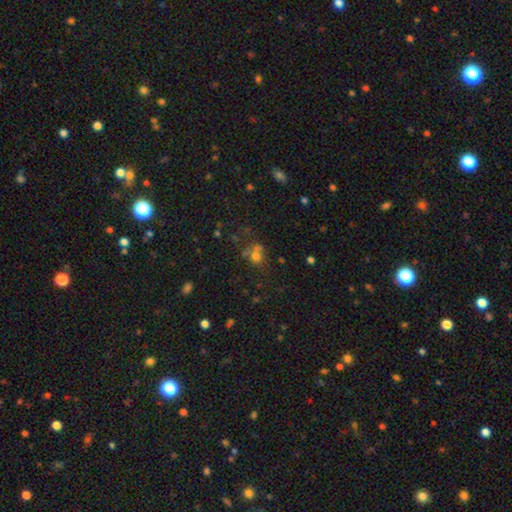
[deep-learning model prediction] The model was most divided on "merging": none: 45%, merger: 29%, minor disturbance: 15%, major disturbance: 11%. More confident: how rounded — round (69%); smooth or featured — smooth (63%).